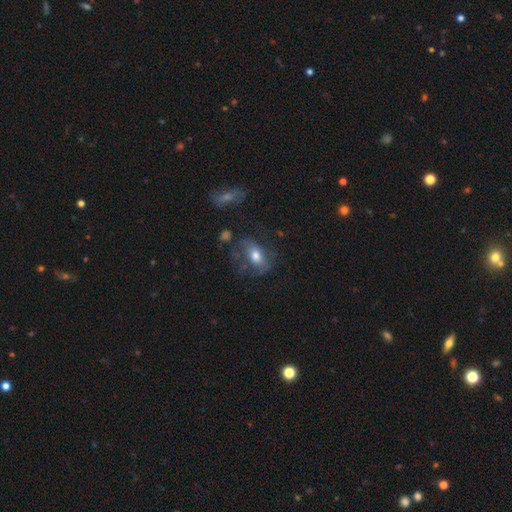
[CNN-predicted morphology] smooth 48%, featured or disk 42%, star or artifact 10%. Down the decision tree: merging — none (42%).